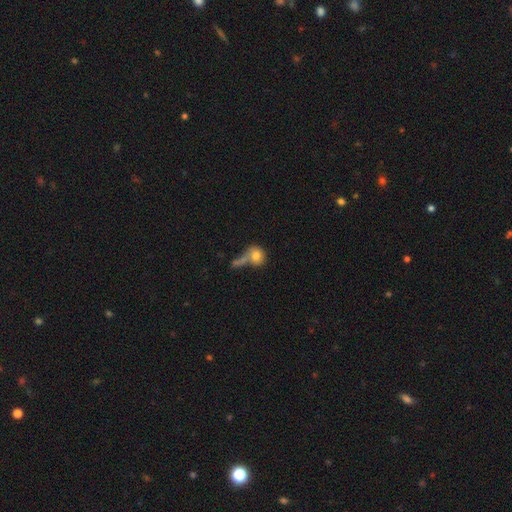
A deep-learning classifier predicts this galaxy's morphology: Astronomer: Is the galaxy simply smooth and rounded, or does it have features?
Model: smooth — 76%.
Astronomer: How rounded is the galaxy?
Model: round — 74%.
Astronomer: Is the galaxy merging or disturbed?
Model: merger — 41% (runner-up: none, 31%).